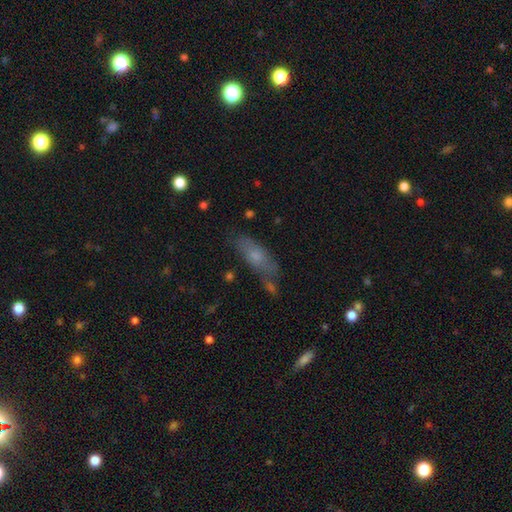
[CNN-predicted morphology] A smooth galaxy with no disk features (60%) that is in between round and cigar-shaped (56%).

Vote fractions:
- Smooth or featured? smooth: 60% / featured or disk: 31% / star or artifact: 9%
- How rounded? in between: 56% / cigar-shaped: 41% / round: 3%
- Merging? none: 59% / minor disturbance: 23% / major disturbance: 9% / merger: 9%